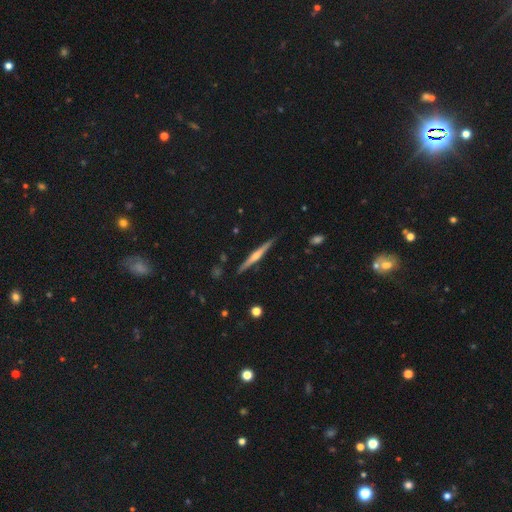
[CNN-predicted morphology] Overall: featured or disk (75%). Edge-on disk: yes (98%). Edge-on bulge: rounded (81%). Merging: none (90%).